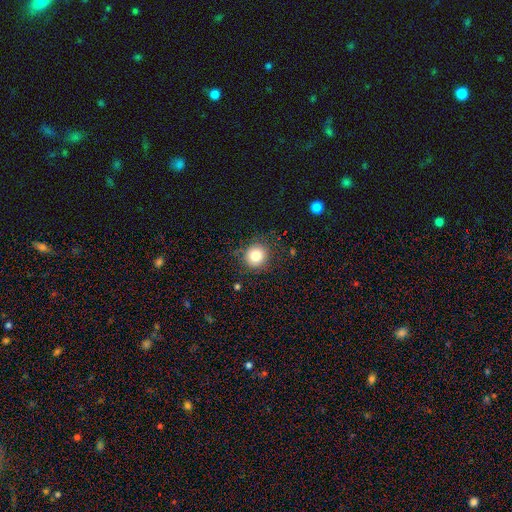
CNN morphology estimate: Overall: smooth (80%). How rounded: round (92%). Merging: none (84%).